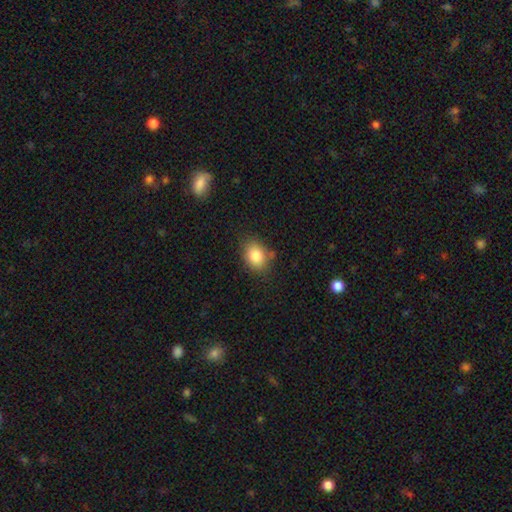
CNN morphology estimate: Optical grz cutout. It shows a smooth galaxy with no disk features (83%) that is in between round and cigar-shaped (70%). Merging: none (75%).